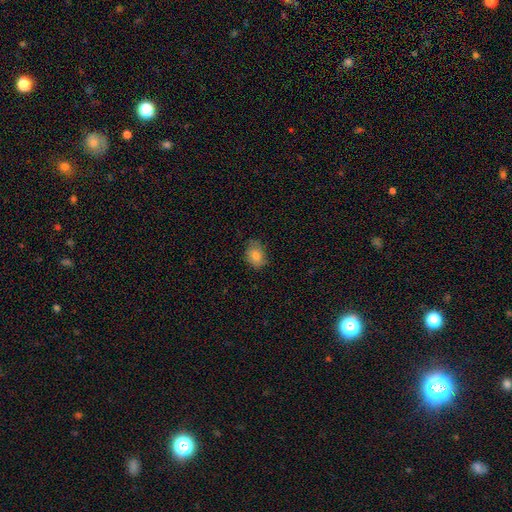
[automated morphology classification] A smooth galaxy with no disk features (81%) that is in between round and cigar-shaped (54%).

Vote fractions:
- Smooth or featured? smooth: 81% / featured or disk: 10% / star or artifact: 9%
- How rounded? in between: 54% / round: 45% / cigar-shaped: 1%
- Merging? none: 76% / minor disturbance: 20% / major disturbance: 3% / merger: 1%